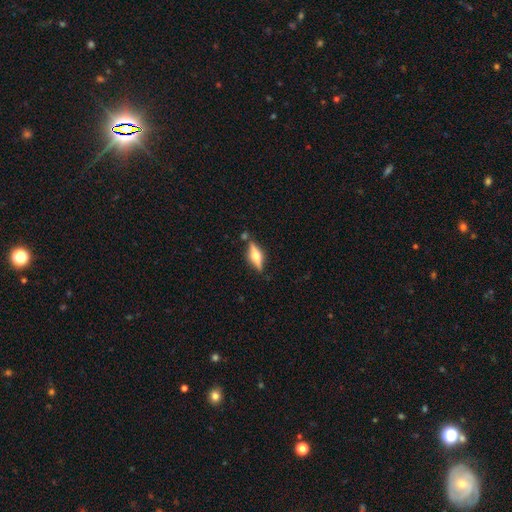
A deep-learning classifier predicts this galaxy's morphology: type=featured or disk (64%); edge-on=yes (95%); edge-on bulge=rounded (91%); merging=none (79%).